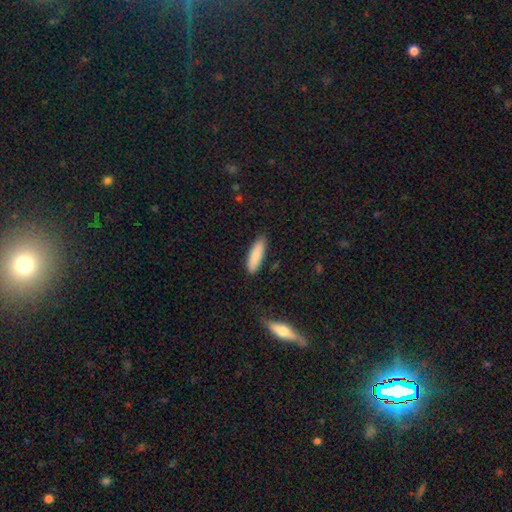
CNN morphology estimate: Smooth or featured?
  - smooth: 87% *
  - featured or disk: 7%
  - star or artifact: 6%
How rounded?
  - cigar-shaped: 57% *
  - in between: 42%
  - round: 1%
Merging?
  - none: 86% *
  - minor disturbance: 10%
  - major disturbance: 2%
  - merger: 1%